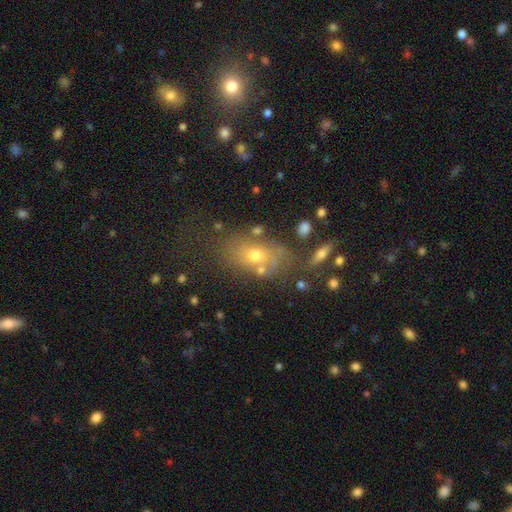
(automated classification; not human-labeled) Morphology: type=smooth (54%); roundness=in between (75%); merging=none (63%).